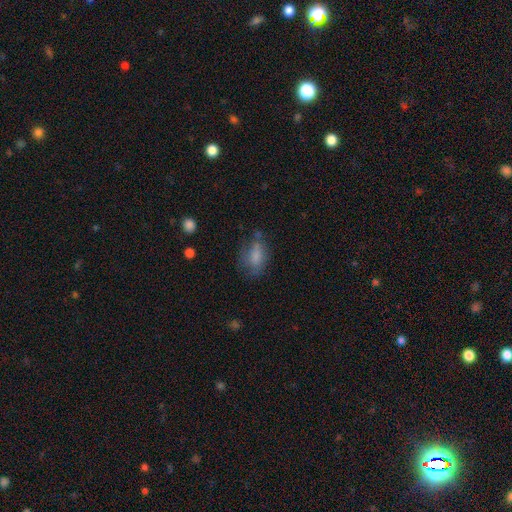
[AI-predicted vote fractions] smooth-or-featured: smooth: 74% | featured or disk: 16% | star or artifact: 10%
  how-rounded: in between: 81% | round: 14% | cigar-shaped: 5%
  merging: none: 49% | minor disturbance: 29% | major disturbance: 17% | merger: 5%